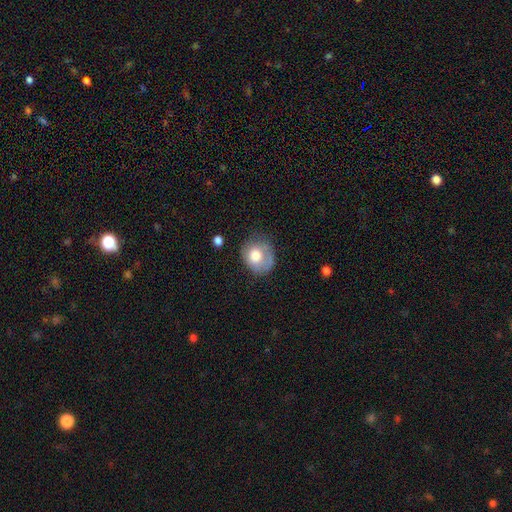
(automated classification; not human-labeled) Smooth or featured? smooth (70%)
How rounded? round (67%)
Merging? none (52%)